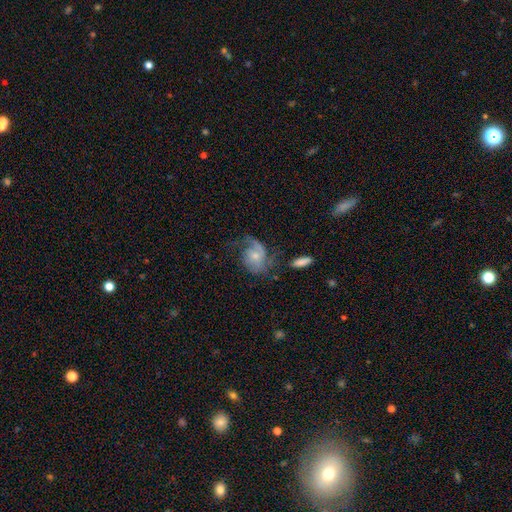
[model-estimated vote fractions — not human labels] Overall: featured or disk (66%; smooth 27%). Edge-on disk: no (97%). Bar: no (67%; weak 29%). Spiral arms: yes (87%). Spiral arm count: 1 (42%, tied with 2). Spiral winding: loose (47%; medium 36%). Bulge size: small (57%; moderate 33%). Merging: none (37%; major disturbance 36%).